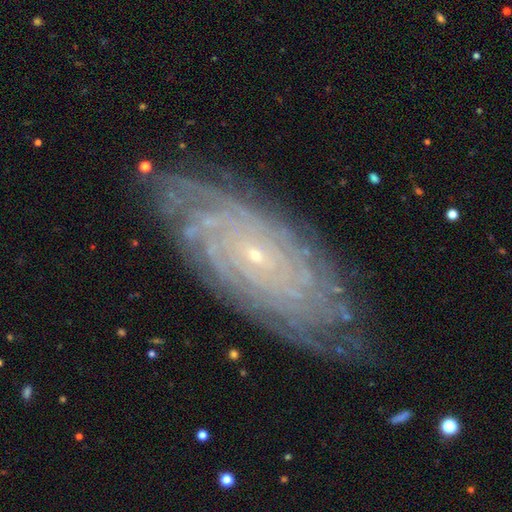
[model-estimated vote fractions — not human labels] This appears to be a featured or disk galaxy (84%) with no bar (78%), tight (86%) spiral arms (97%) and a small central bulge (90%). Merging: none (82%).